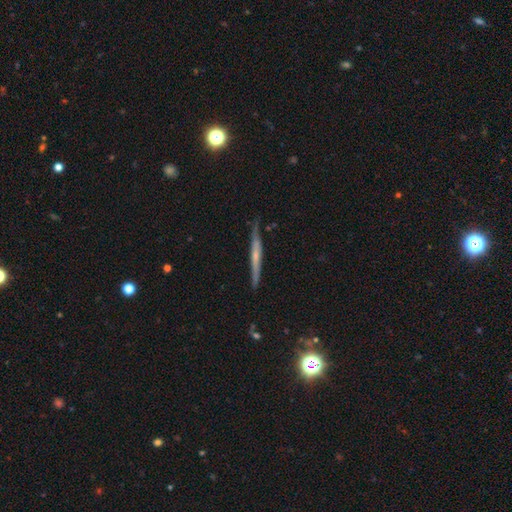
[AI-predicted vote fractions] Morphology: type=featured or disk (60%); edge-on=yes (96%); edge-on bulge=none (58%); merging=none (82%).